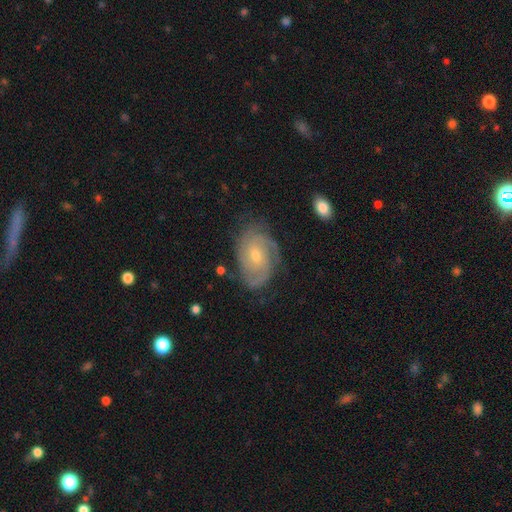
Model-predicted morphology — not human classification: The model was most divided on "spiral arm count": 2: 35%, can't tell: 28%, 3: 22%, 4: 6%, 1: 5%, more than 4: 4%. More confident: edge-on disk — no (97%); spiral arms — yes (94%); smooth or featured — featured or disk (80%); merging — none (72%); bar — no (60%); spiral winding — tight (57%); bulge size — small (57%).